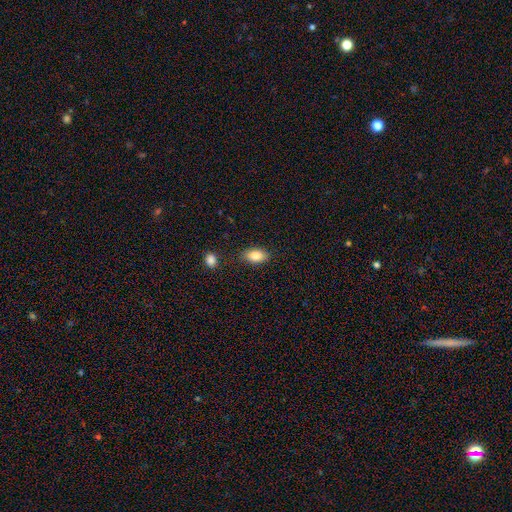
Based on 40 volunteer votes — Morphology: type=smooth (92%); roundness=in between (92%); merging=none (86%).